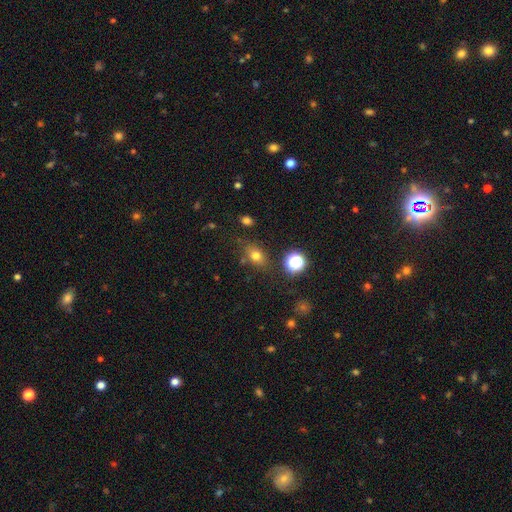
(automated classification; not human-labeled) smooth_or_featured: smooth (p=0.72) [alt: star or artifact p=0.17]
how_rounded: in between (p=0.64) [alt: round p=0.33]
merging: none (p=0.74) [alt: minor disturbance p=0.15]